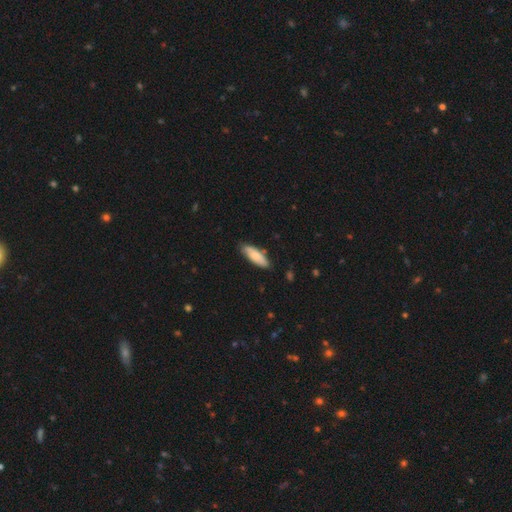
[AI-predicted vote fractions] Smooth or featured?
  - smooth: 78% *
  - featured or disk: 17%
  - star or artifact: 6%
How rounded?
  - in between: 59% *
  - cigar-shaped: 39%
  - round: 2%
Merging?
  - none: 78% *
  - minor disturbance: 18%
  - major disturbance: 3%
  - merger: 2%